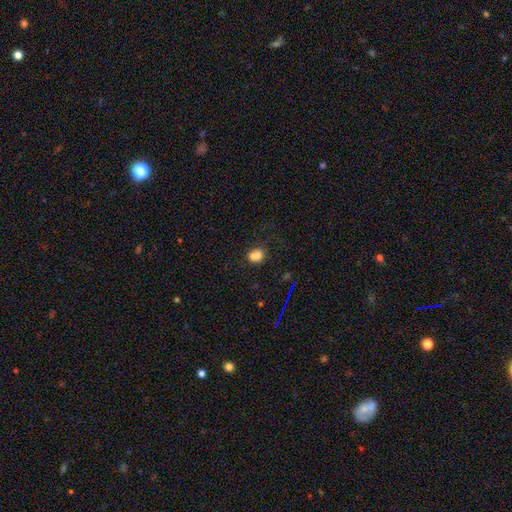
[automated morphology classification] Smooth or featured? smooth (71%)
How rounded? round (63%)
Merging? none (44%)